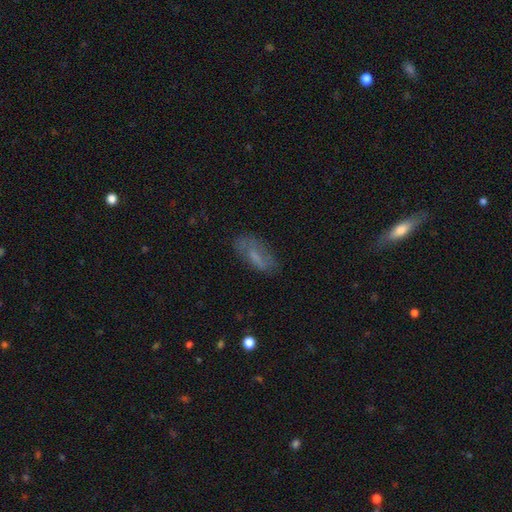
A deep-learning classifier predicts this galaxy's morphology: A smooth galaxy with no disk features (56%) that is in between round and cigar-shaped (79%).

Vote fractions:
- Smooth or featured? smooth: 56% / featured or disk: 33% / star or artifact: 10%
- How rounded? in between: 79% / cigar-shaped: 18% / round: 3%
- Merging? none: 68% / minor disturbance: 21% / major disturbance: 9% / merger: 2%